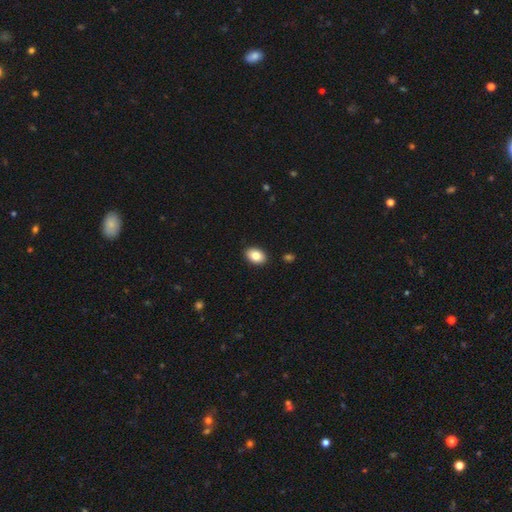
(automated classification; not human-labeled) Smooth or featured? Predicted: smooth (p=0.84). How rounded? Predicted: in between (p=0.85). Merging? Predicted: none (p=0.90).